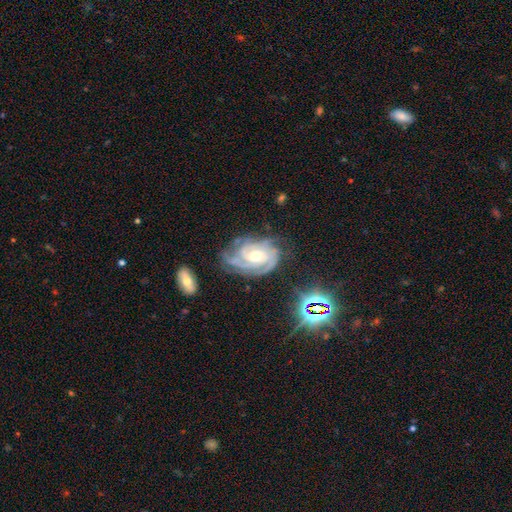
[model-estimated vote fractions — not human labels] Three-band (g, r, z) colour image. It shows a featured or disk galaxy (90%) with no bar (57%), 3 (37%) tight (71%) spiral arms (98%) and a moderate central bulge (68%). Merging: none (65%).